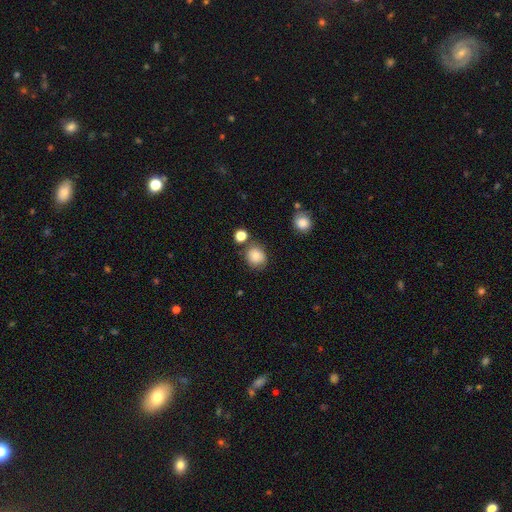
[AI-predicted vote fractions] Smooth or featured? Predicted: smooth (p=0.80). How rounded? Predicted: round (p=0.83). Merging? Predicted: none (p=0.75).